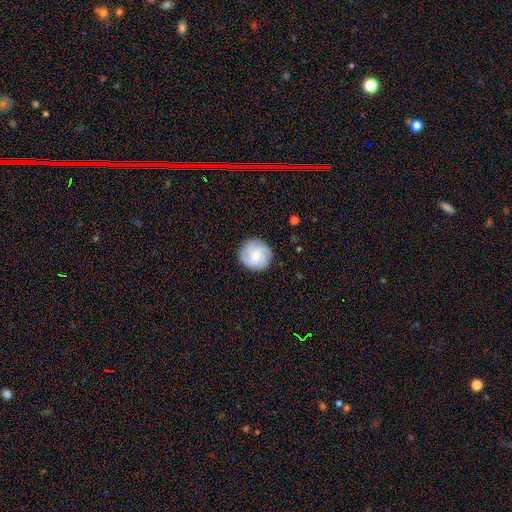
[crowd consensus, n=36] Smooth or featured? featured or disk (64%)
Edge-on disk? no (100%)
Bar? no (61%)
Spiral arms? yes (96%)
Spiral winding? tight (55%)
Spiral arm count? 4 (45%)
Bulge size? small (52%)
Merging? none (80%)